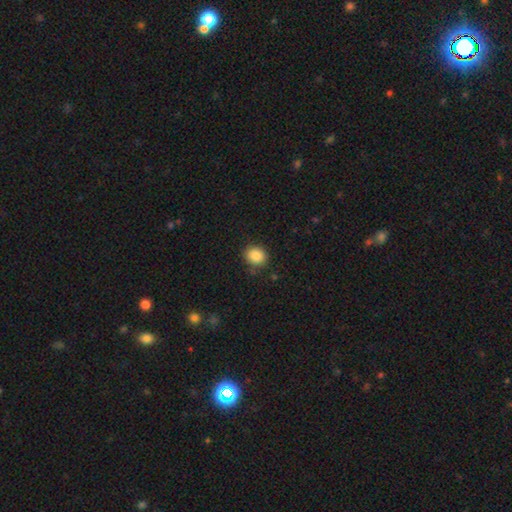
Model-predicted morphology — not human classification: Smooth or featured? smooth (87%)
How rounded? round (71%)
Merging? none (84%)